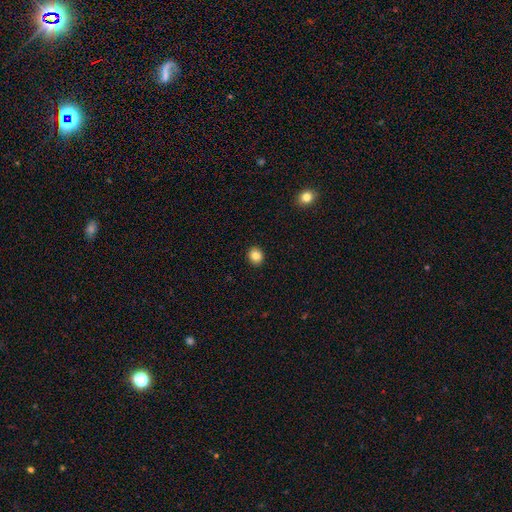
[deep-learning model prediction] Smooth or featured?
  - smooth: 84% *
  - star or artifact: 10%
  - featured or disk: 6%
How rounded?
  - round: 70% *
  - in between: 29%
  - cigar-shaped: 1%
Merging?
  - none: 92% *
  - minor disturbance: 6%
  - major disturbance: 2%
  - merger: 1%